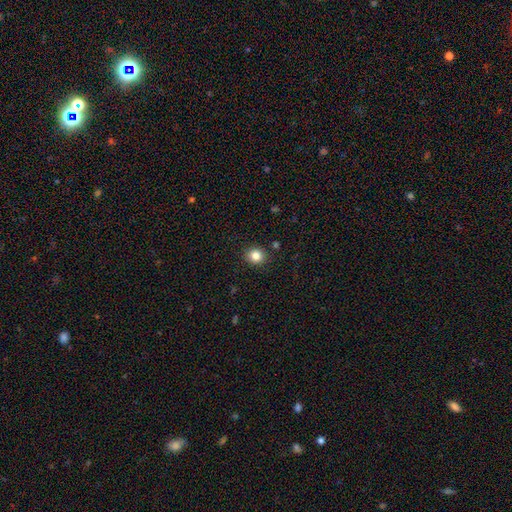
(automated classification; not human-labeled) A smooth galaxy with no disk features (83%) that is round (82%).

Vote fractions:
- Smooth or featured? smooth: 83% / star or artifact: 12% / featured or disk: 6%
- How rounded? round: 82% / in between: 17% / cigar-shaped: 1%
- Merging? none: 90% / minor disturbance: 7% / major disturbance: 2% / merger: 2%